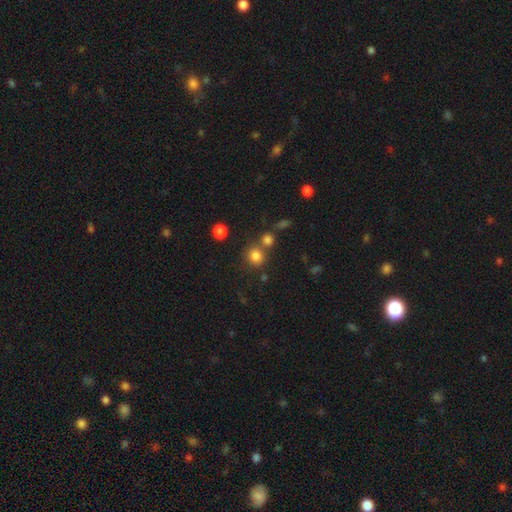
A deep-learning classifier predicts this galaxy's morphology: Smooth or featured: smooth — 80% (star or artifact — 14%)
How rounded: round — 84% (in between — 15%)
Merging: none — 65% (merger — 22%)